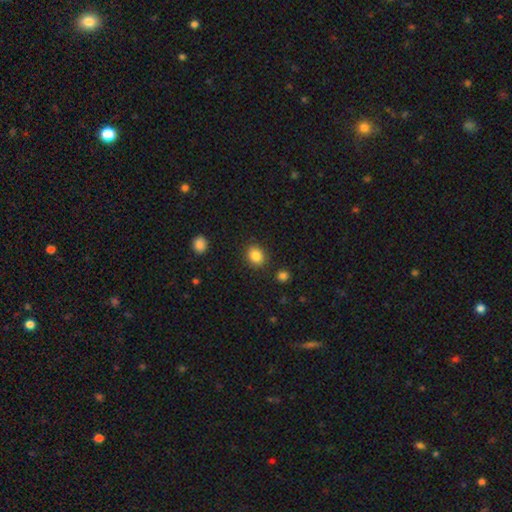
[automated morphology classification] Q: Smooth or featured?
A: smooth (85%); runner-up: star or artifact (10%)
Q: How rounded?
A: round (60%); runner-up: in between (39%)
Q: Merging?
A: none (87%); runner-up: minor disturbance (8%)